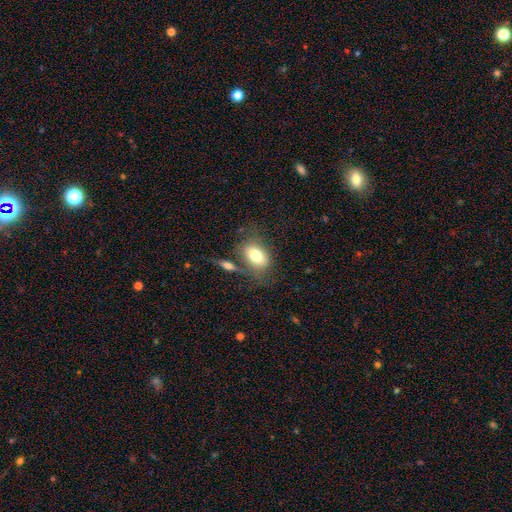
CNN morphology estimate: Q: Smooth or featured?
A: smooth (75%); runner-up: featured or disk (16%)
Q: How rounded?
A: in between (81%); runner-up: round (17%)
Q: Merging?
A: none (58%); runner-up: minor disturbance (17%)